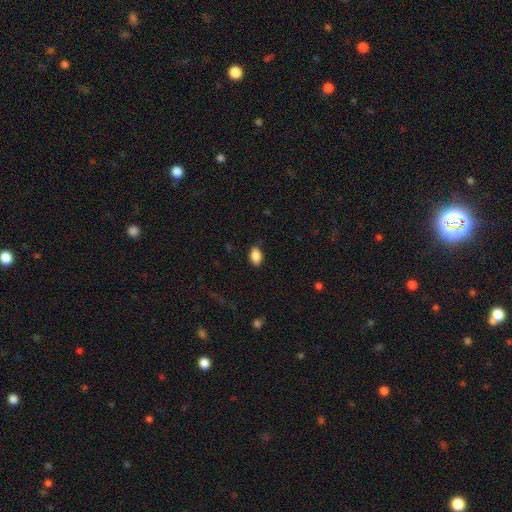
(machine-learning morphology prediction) Smooth or featured: smooth — 87% (star or artifact — 8%)
How rounded: in between — 90% (round — 8%)
Merging: none — 85% (minor disturbance — 12%)